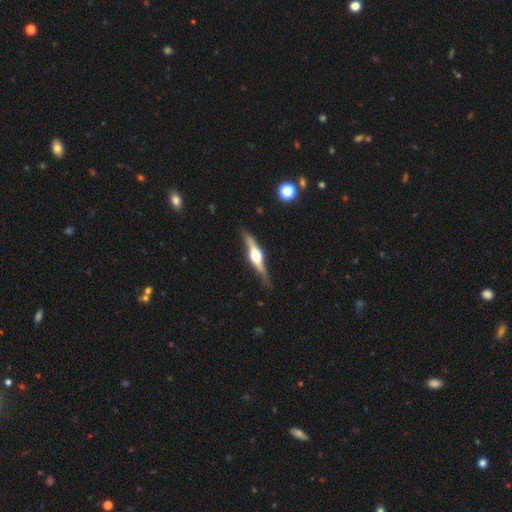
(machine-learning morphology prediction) Smooth or featured? Predicted: featured or disk (p=0.81). Edge-on disk? Predicted: yes (p=0.96). Edge-on bulge? Predicted: rounded (p=0.95). Merging? Predicted: none (p=0.81).